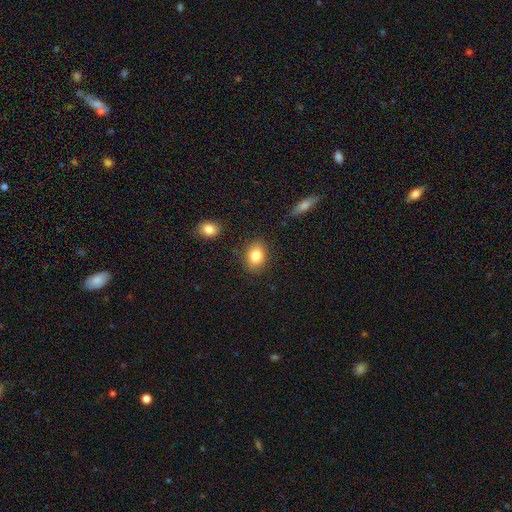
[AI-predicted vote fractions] Smooth or featured?
  - smooth: 83% *
  - star or artifact: 9%
  - featured or disk: 8%
How rounded?
  - in between: 68% *
  - round: 30%
  - cigar-shaped: 1%
Merging?
  - none: 84% *
  - minor disturbance: 11%
  - major disturbance: 3%
  - merger: 2%